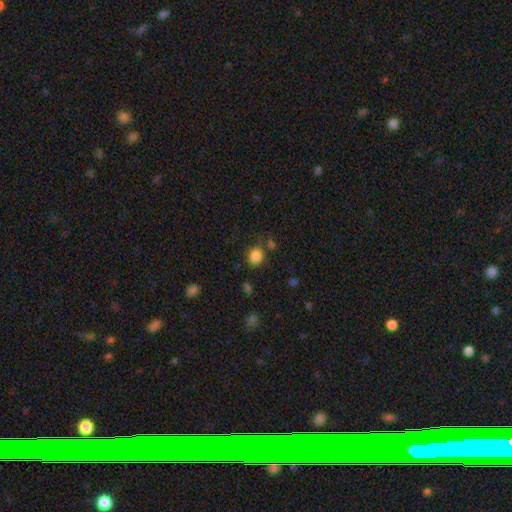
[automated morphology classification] This appears to be a smooth galaxy with no disk features (85%) that is round (74%). Merging: none (75%).